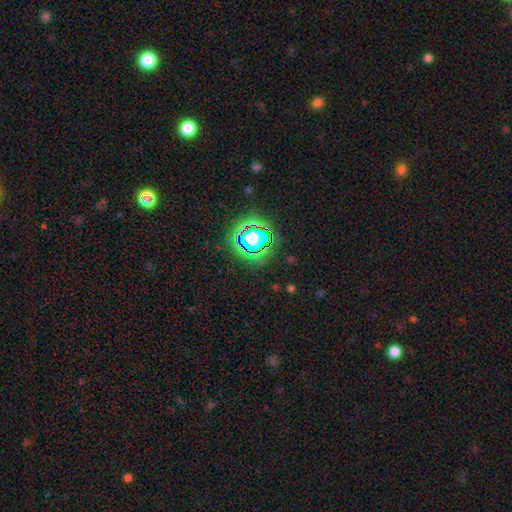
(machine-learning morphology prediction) Q: Smooth or featured?
A: star or artifact (82%); runner-up: smooth (11%)